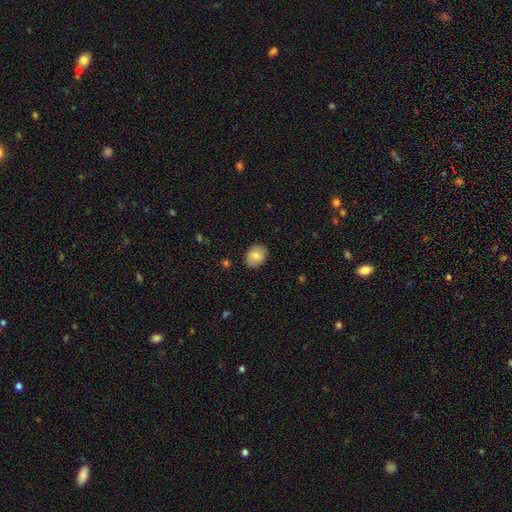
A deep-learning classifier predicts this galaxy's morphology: Smooth or featured: smooth — 77% (featured or disk — 15%)
How rounded: round — 51% (in between — 48%)
Merging: none — 86% (minor disturbance — 11%)